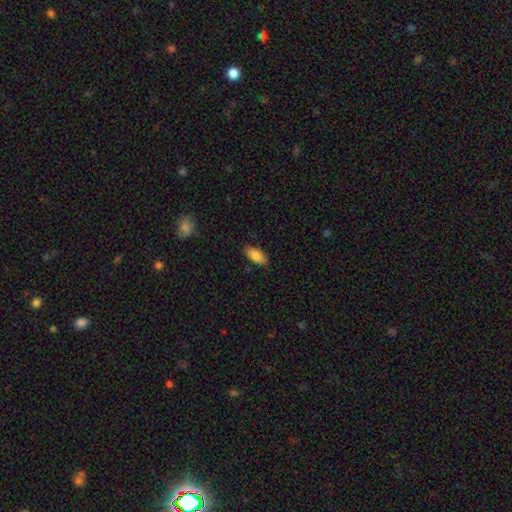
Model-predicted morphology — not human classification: Smooth or featured?
  - smooth: 83% *
  - featured or disk: 10%
  - star or artifact: 7%
How rounded?
  - in between: 89% *
  - cigar-shaped: 9%
  - round: 2%
Merging?
  - none: 85% *
  - minor disturbance: 12%
  - major disturbance: 2%
  - merger: 1%